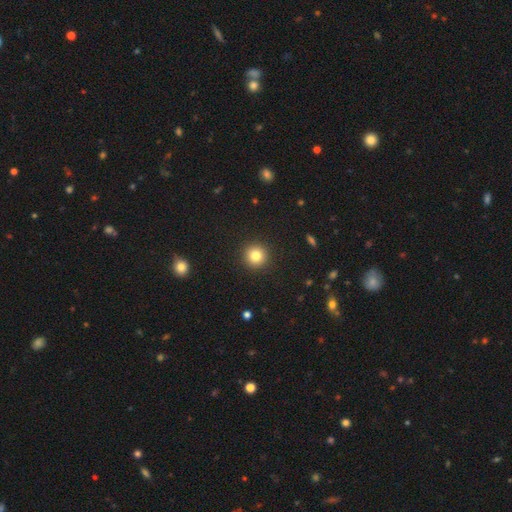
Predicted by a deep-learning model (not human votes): smooth_or_featured: smooth (p=0.82) [alt: star or artifact p=0.11]
how_rounded: round (p=0.95) [alt: in between p=0.04]
merging: none (p=0.92) [alt: minor disturbance p=0.05]